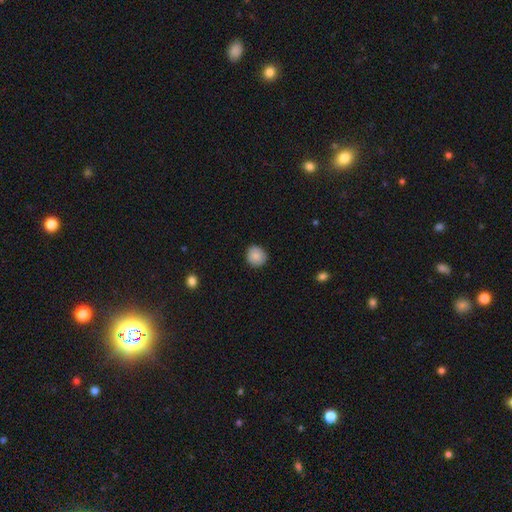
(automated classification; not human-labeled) smooth_or_featured: smooth (p=0.87) [alt: star or artifact p=0.08]
how_rounded: round (p=0.87) [alt: in between p=0.12]
merging: none (p=0.87) [alt: minor disturbance p=0.10]